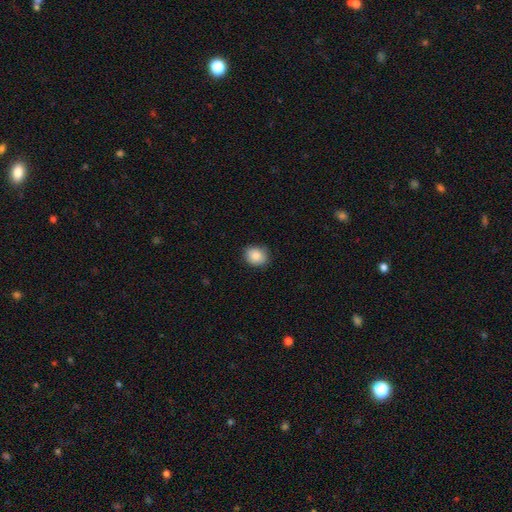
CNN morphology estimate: Smooth or featured? Predicted: smooth (p=0.88). How rounded? Predicted: round (p=0.60). Merging? Predicted: none (p=0.83).